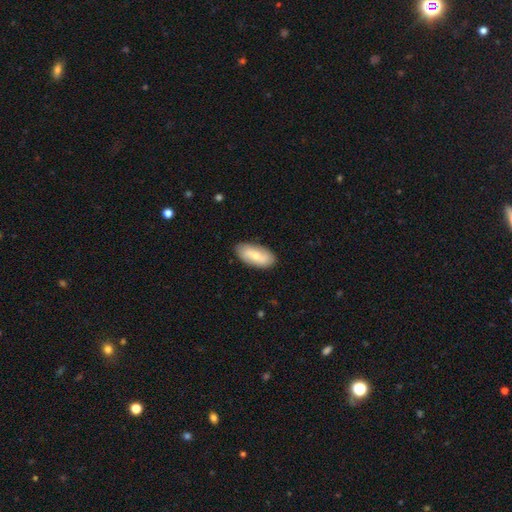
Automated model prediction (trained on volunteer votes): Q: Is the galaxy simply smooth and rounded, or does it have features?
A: smooth — 64%.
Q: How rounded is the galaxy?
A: in between — 90%.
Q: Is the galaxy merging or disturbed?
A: none — 86%.